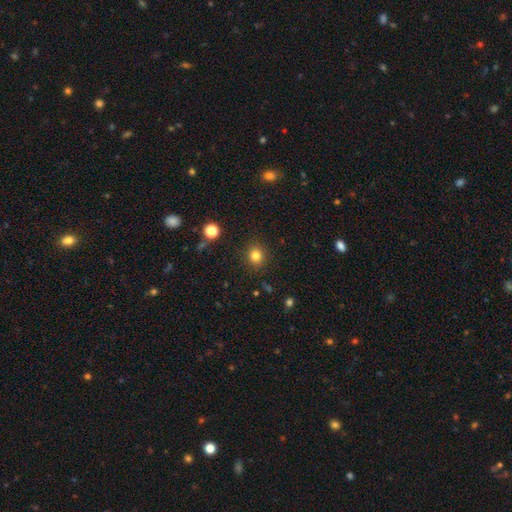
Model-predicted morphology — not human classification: Smooth or featured: smooth — 82% (star or artifact — 13%)
How rounded: round — 83% (in between — 16%)
Merging: none — 90% (minor disturbance — 6%)